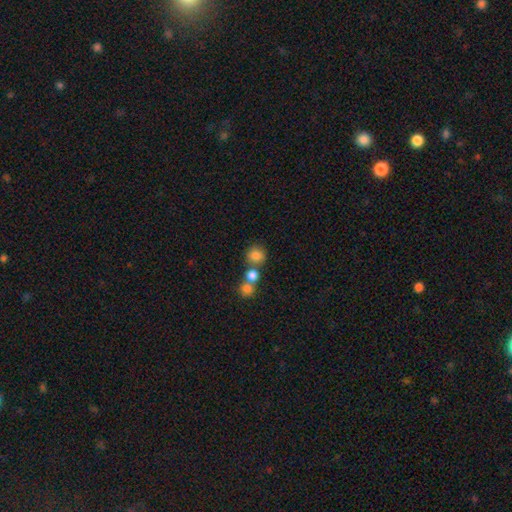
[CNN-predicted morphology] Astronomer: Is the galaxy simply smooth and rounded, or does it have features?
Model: smooth — 80%.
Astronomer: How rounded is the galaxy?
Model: round — 87%.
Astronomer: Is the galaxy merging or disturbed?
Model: none — 60%.